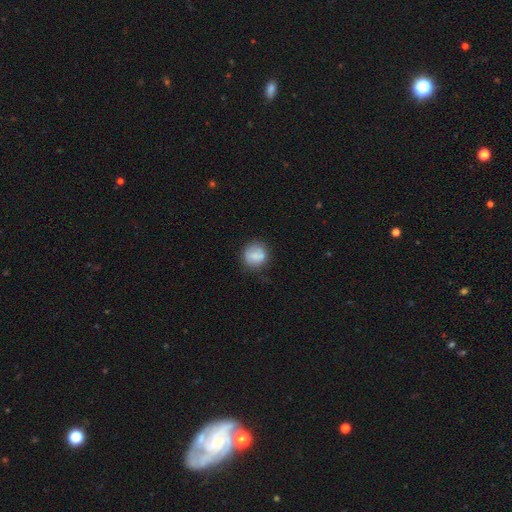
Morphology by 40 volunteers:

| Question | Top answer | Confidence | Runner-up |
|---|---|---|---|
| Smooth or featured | smooth | 70% | featured or disk (25%) |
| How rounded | round | 86% | in between (14%) |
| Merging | none | 74% | minor disturbance (16%) |